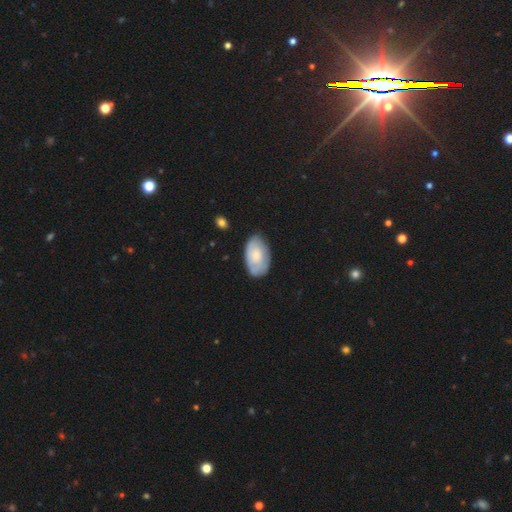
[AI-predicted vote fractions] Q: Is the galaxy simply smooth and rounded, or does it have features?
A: smooth — 59%.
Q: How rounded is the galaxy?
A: in between — 92%.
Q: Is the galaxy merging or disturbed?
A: none — 73%.